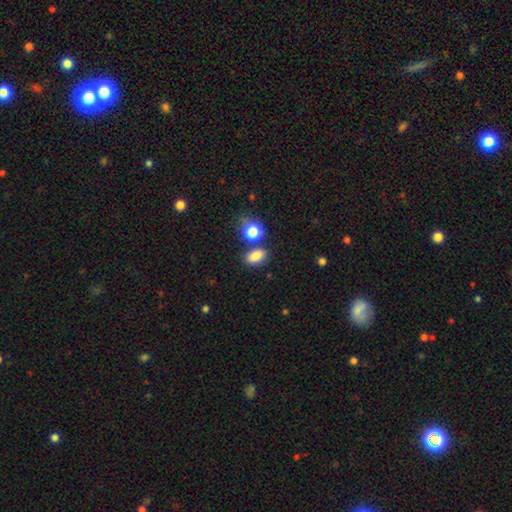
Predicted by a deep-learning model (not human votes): This appears to be a smooth galaxy with no disk features (84%) that is in between round and cigar-shaped (82%). Merging: none (65%).